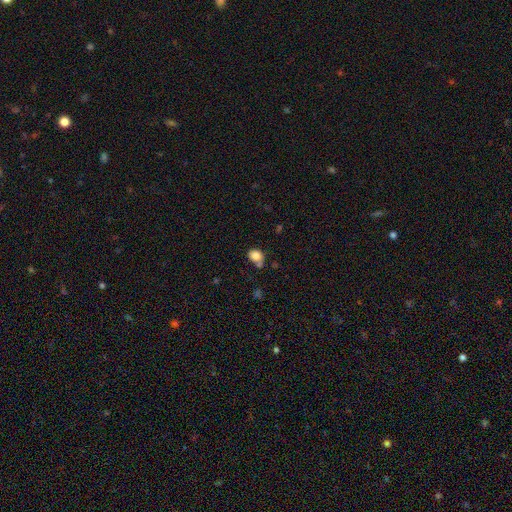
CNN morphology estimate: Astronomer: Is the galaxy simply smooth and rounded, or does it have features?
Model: smooth — 83%.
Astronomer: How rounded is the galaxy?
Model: round — 59% (runner-up: in between, 40%).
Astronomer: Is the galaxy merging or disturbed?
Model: none — 58%.